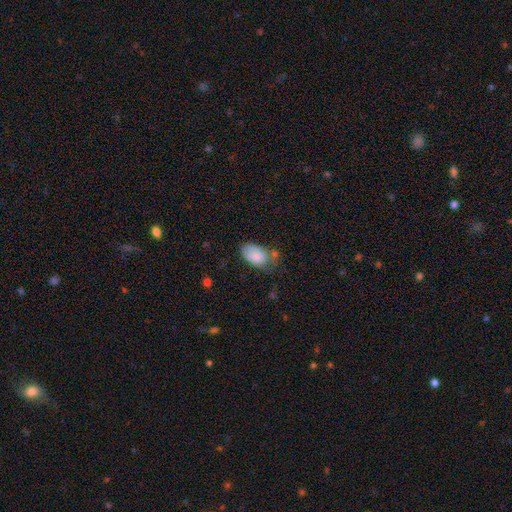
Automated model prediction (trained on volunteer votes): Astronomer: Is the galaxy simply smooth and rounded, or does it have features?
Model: smooth — 85%.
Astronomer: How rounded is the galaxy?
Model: in between — 93%.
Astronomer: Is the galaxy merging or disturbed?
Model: none — 48% (runner-up: minor disturbance, 33%).